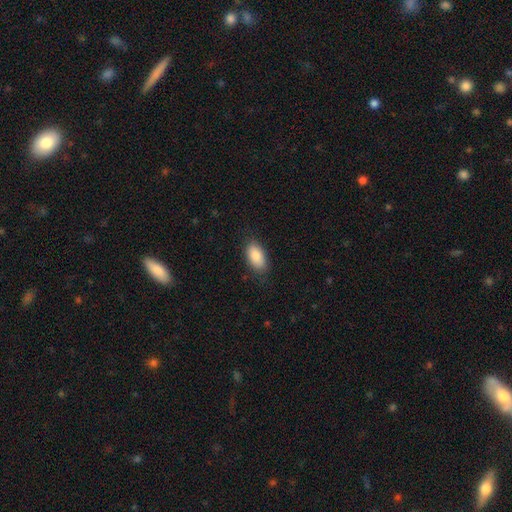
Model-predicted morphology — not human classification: The model was most divided on "merging": none: 83%, minor disturbance: 13%, major disturbance: 3%, merger: 1%. More confident: how rounded — in between (93%); smooth or featured — smooth (87%).